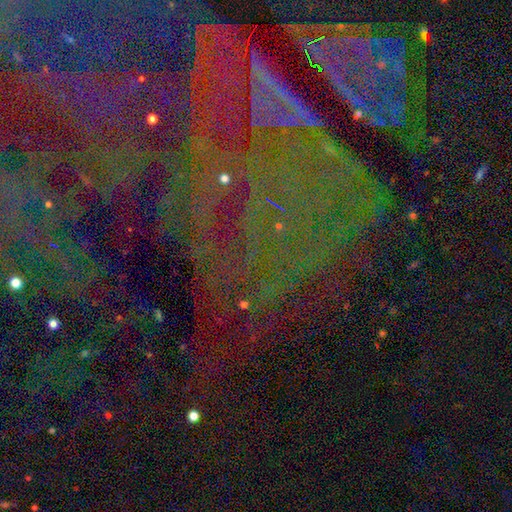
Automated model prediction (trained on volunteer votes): smooth_or_featured: star or artifact (p=0.85) [alt: featured or disk p=0.08]